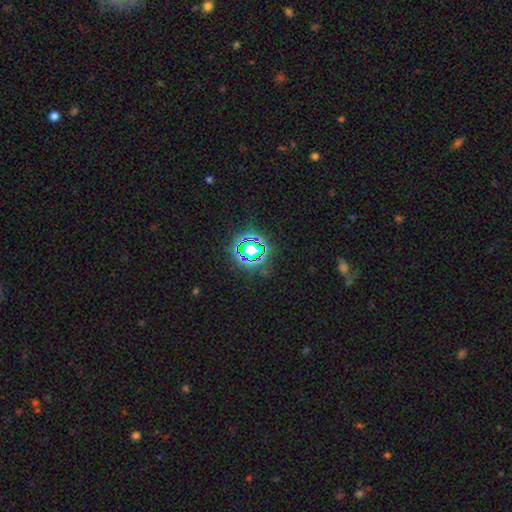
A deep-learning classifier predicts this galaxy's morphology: Smooth or featured? star or artifact (67%)